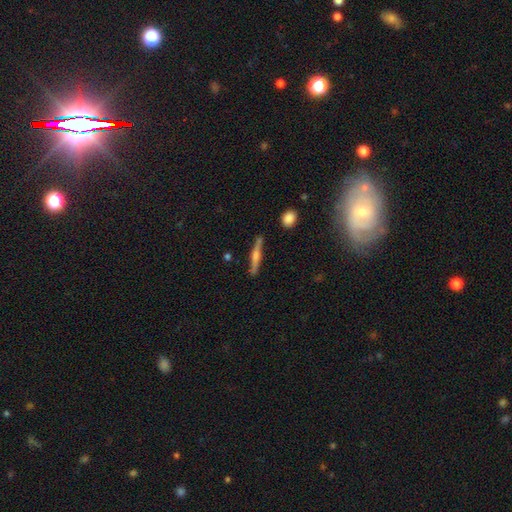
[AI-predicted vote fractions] This appears to be a featured or disk galaxy (56%) viewed edge-on (96%) with a rounded central bulge (75%). Merging: none (83%).